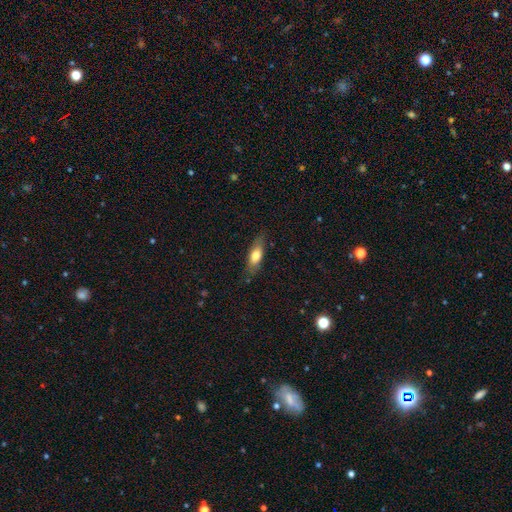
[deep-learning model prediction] Smooth or featured? Predicted: smooth (p=0.69). How rounded? Predicted: in between (p=0.60). Merging? Predicted: none (p=0.79).